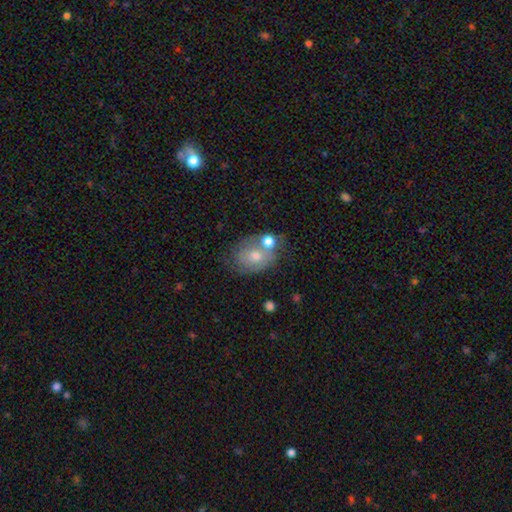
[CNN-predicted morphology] smooth_or_featured: smooth (p=0.59) [alt: featured or disk p=0.30]
how_rounded: in between (p=0.59) [alt: round p=0.40]
merging: none (p=0.47) [alt: merger p=0.25]